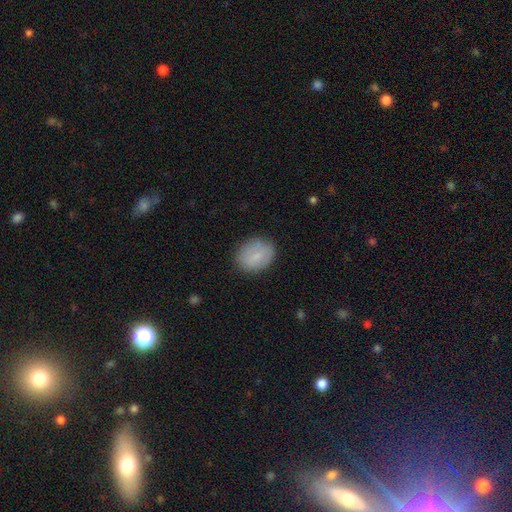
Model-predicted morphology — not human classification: A smooth galaxy with no disk features (76%) that is in between round and cigar-shaped (58%).

Vote fractions:
- Smooth or featured? smooth: 76% / featured or disk: 17% / star or artifact: 7%
- How rounded? in between: 58% / round: 41% / cigar-shaped: 1%
- Merging? none: 82% / minor disturbance: 13% / major disturbance: 4% / merger: 1%